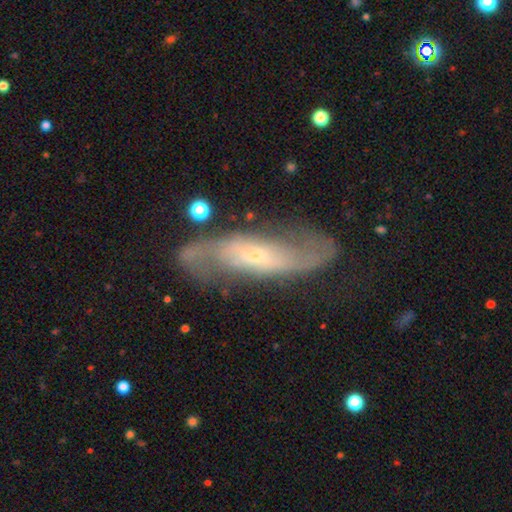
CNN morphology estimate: This appears to be a featured or disk galaxy (80%) with no bar (45%), 2 (86%) loose (42%) spiral arms (92%) and a small central bulge (74%). Merging: none (72%).